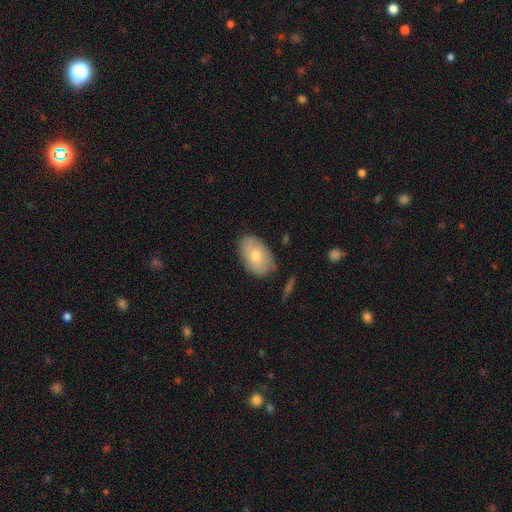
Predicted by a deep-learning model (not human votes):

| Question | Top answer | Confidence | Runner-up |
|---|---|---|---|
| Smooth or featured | smooth | 71% | featured or disk (23%) |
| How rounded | in between | 91% | round (8%) |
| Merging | none | 79% | minor disturbance (16%) |